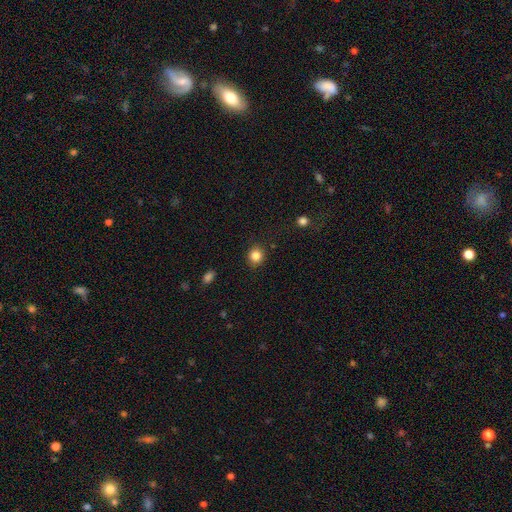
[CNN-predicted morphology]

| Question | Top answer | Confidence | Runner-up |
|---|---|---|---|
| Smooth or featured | smooth | 85% | star or artifact (11%) |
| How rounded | round | 85% | in between (14%) |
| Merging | none | 88% | minor disturbance (9%) |